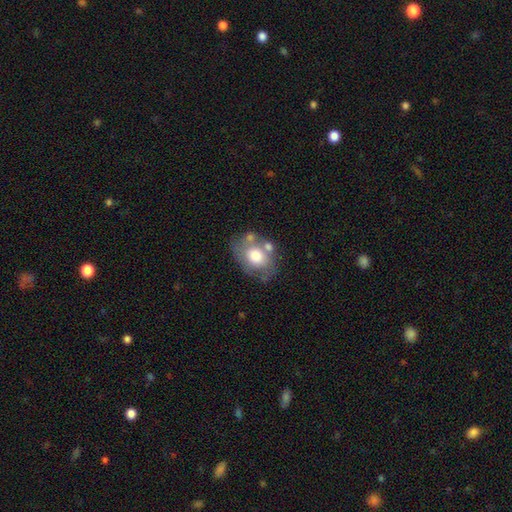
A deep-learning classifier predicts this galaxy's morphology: Smooth or featured? smooth (66%)
How rounded? in between (69%)
Merging? none (53%)